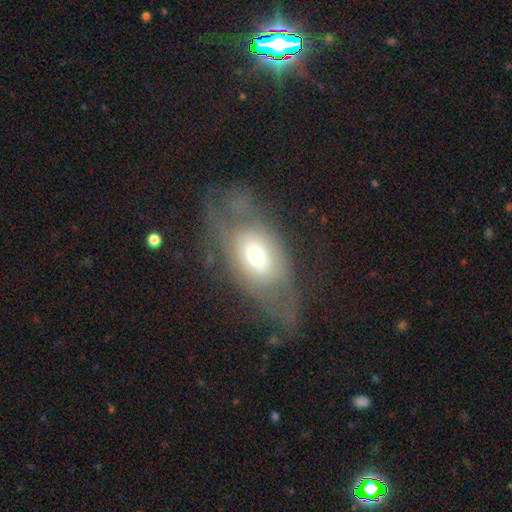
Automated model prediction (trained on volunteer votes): smooth-or-featured: featured or disk: 55% | smooth: 37% | star or artifact: 8%
  disk-edge-on: no: 84% | yes: 16%
  merging: none: 46% | major disturbance: 28% | minor disturbance: 24% | merger: 2%